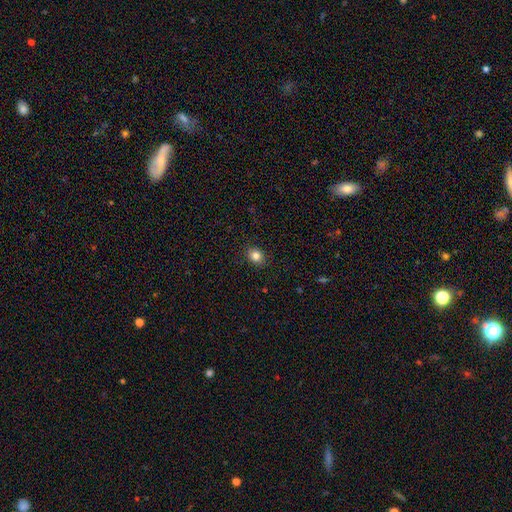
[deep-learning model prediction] Smooth or featured?
  - smooth: 84% *
  - star or artifact: 11%
  - featured or disk: 5%
How rounded?
  - round: 62% *
  - in between: 37%
  - cigar-shaped: 1%
Merging?
  - none: 89% *
  - minor disturbance: 8%
  - major disturbance: 2%
  - merger: 1%